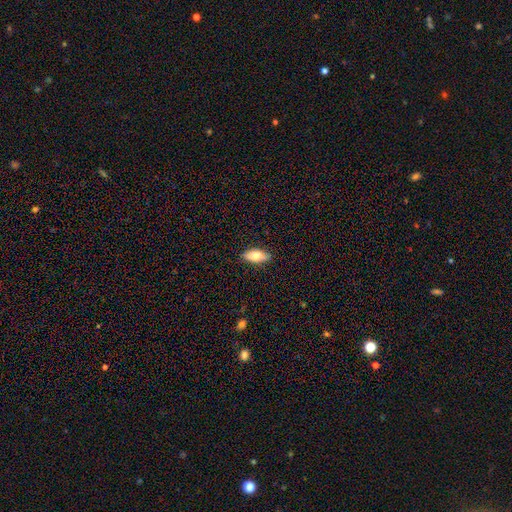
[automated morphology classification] Q: Smooth or featured?
A: smooth (71%); runner-up: featured or disk (23%)
Q: How rounded?
A: in between (82%); runner-up: cigar-shaped (15%)
Q: Merging?
A: none (87%); runner-up: minor disturbance (10%)